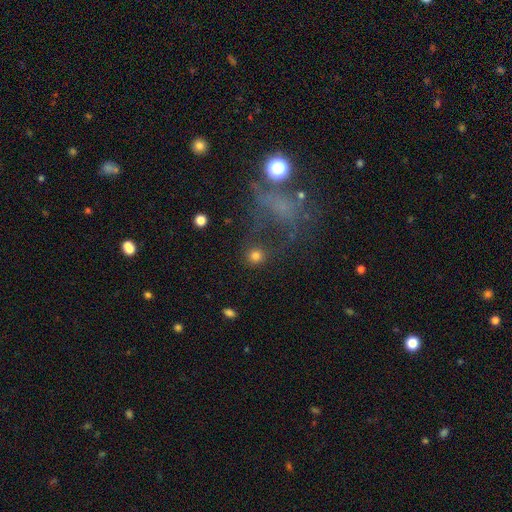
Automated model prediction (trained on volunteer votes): This appears to be a smooth galaxy with no disk features (79%) that is round (91%). Merging: none (78%).